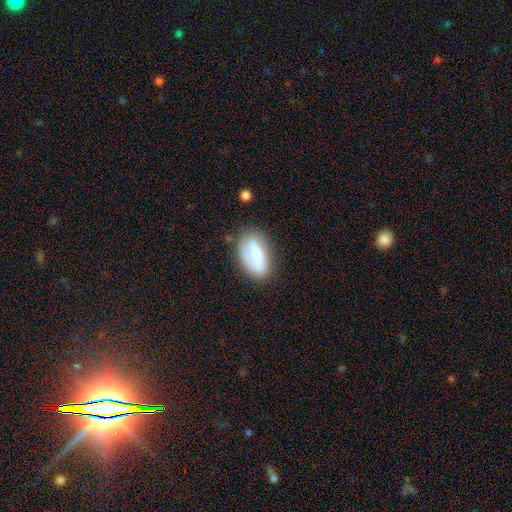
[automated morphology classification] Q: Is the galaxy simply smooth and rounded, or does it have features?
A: smooth — 60%.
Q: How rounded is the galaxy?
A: in between — 83%.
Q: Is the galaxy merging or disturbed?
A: none — 66%.